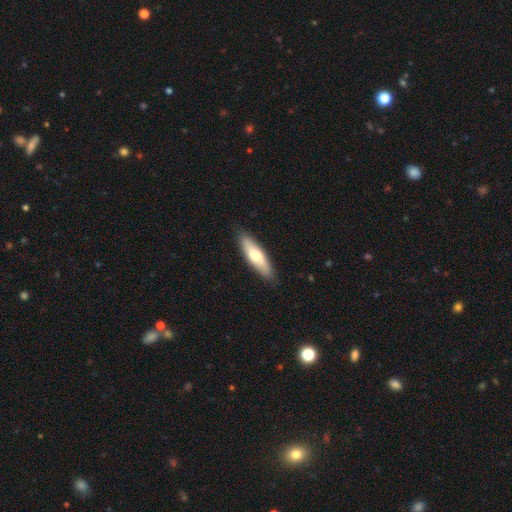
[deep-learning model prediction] Smooth or featured? Predicted: smooth (p=0.64). How rounded? Predicted: cigar-shaped (p=0.60). Merging? Predicted: none (p=0.88).